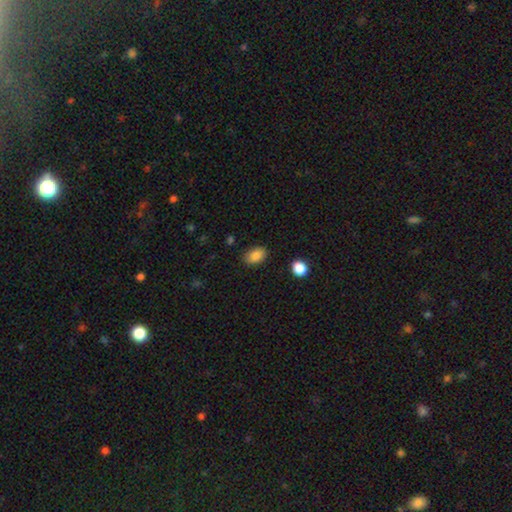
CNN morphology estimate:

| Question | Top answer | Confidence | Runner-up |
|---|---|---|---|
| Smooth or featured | smooth | 86% | star or artifact (9%) |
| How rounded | in between | 85% | round (14%) |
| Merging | none | 85% | minor disturbance (11%) |